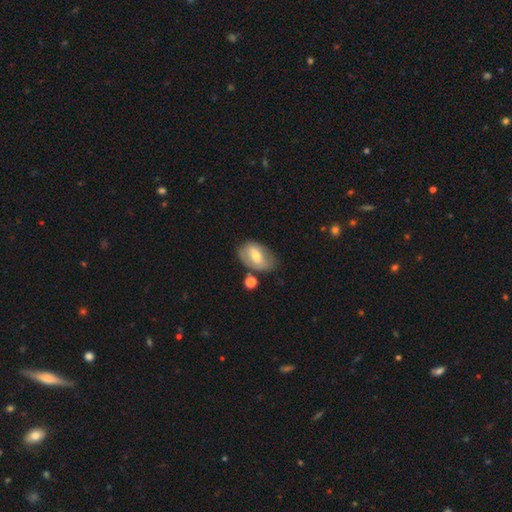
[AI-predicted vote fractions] Morphology: type=smooth (54%); roundness=in between (88%); merging=none (63%).